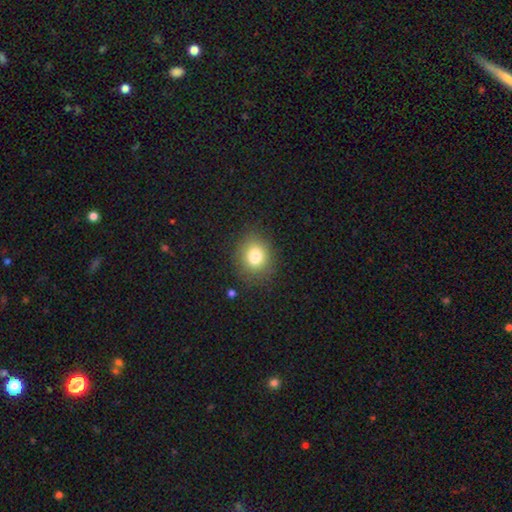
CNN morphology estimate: Smooth or featured: smooth — 79% (star or artifact — 12%)
How rounded: round — 63% (in between — 36%)
Merging: none — 81% (minor disturbance — 13%)